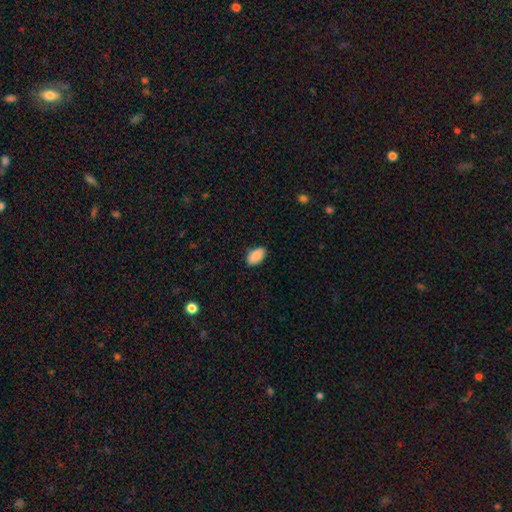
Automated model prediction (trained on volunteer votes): The model was most divided on "merging": none: 83%, minor disturbance: 13%, major disturbance: 2%, merger: 1%. More confident: how rounded — in between (93%); smooth or featured — smooth (90%).